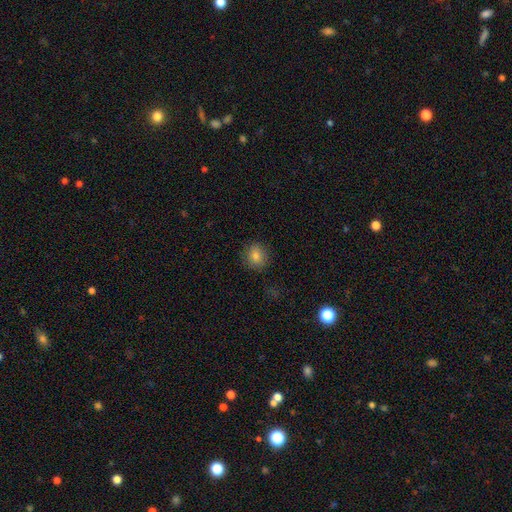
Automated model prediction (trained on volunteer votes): Morphology: type=smooth (80%); roundness=round (81%); merging=none (87%).